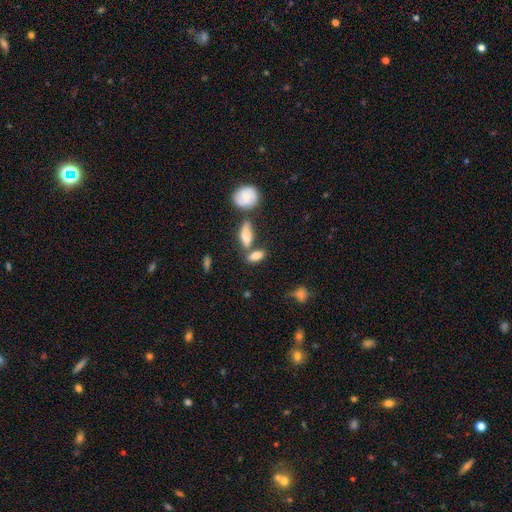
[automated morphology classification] smooth_or_featured: smooth (p=0.79) [alt: featured or disk p=0.13]
how_rounded: in between (p=0.79) [alt: cigar-shaped p=0.16]
merging: none (p=0.50) [alt: merger p=0.30]